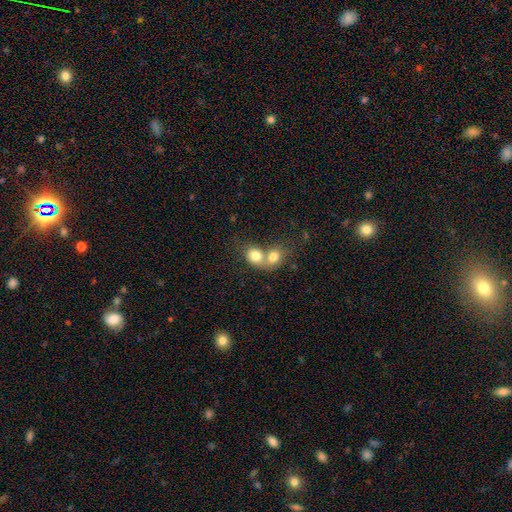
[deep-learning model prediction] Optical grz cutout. It shows a smooth galaxy with no disk features (78%) that is round (59%). Merging: merger (71%).